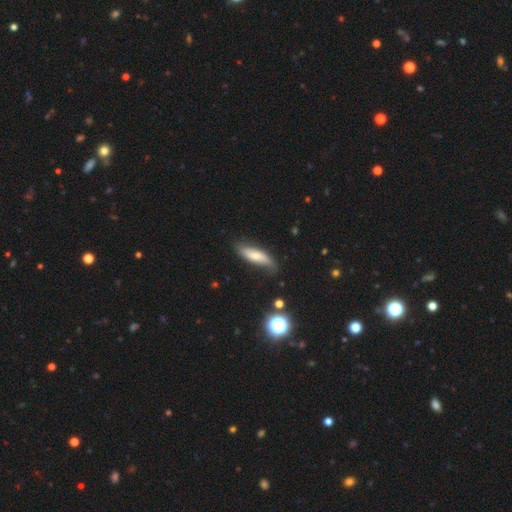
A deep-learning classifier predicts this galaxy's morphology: This appears to be a smooth galaxy with no disk features (60%) that is cigar-shaped (51%). Merging: none (64%).